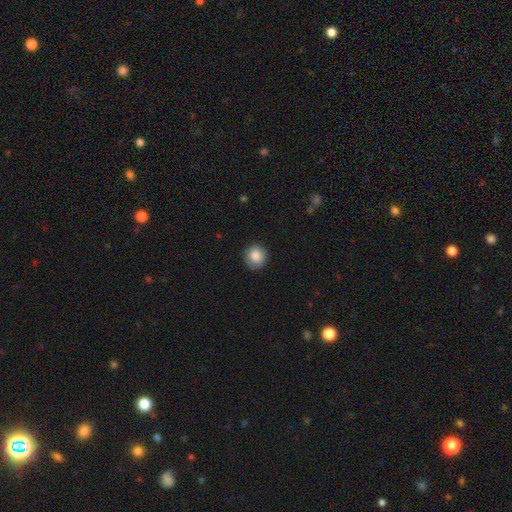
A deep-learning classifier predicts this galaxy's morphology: This appears to be a smooth galaxy with no disk features (87%) that is round (90%). Merging: none (85%).